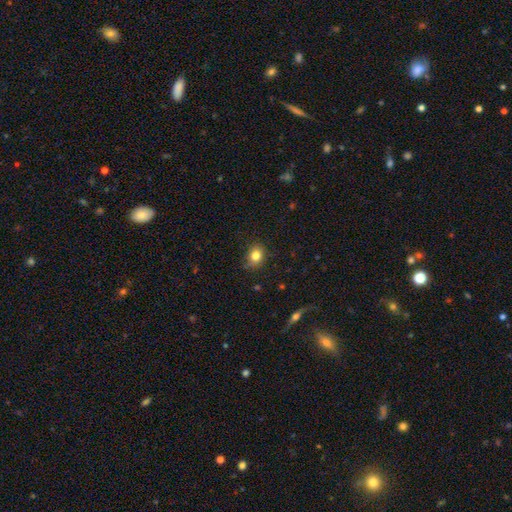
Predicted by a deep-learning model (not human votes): A smooth galaxy with no disk features (82%) that is round (53%).

Vote fractions:
- Smooth or featured? smooth: 82% / star or artifact: 11% / featured or disk: 7%
- How rounded? round: 53% / in between: 46% / cigar-shaped: 1%
- Merging? none: 80% / minor disturbance: 16% / major disturbance: 3% / merger: 1%